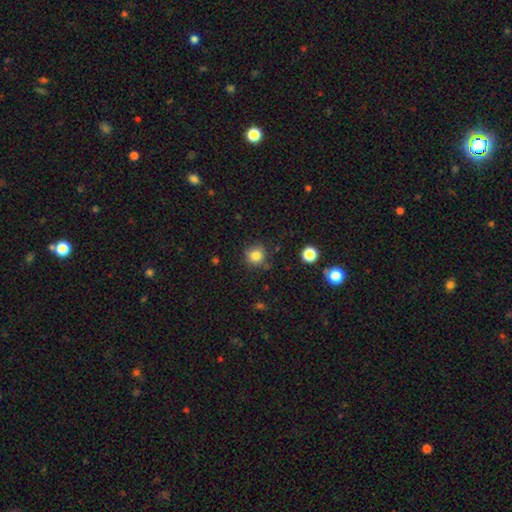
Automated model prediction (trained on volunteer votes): smooth-or-featured: smooth: 82% | star or artifact: 12% | featured or disk: 6%
  how-rounded: round: 92% | in between: 7% | cigar-shaped: 1%
  merging: none: 81% | minor disturbance: 13% | major disturbance: 3% | merger: 3%